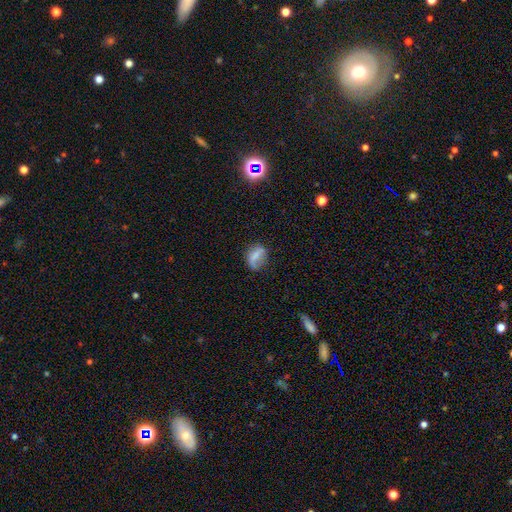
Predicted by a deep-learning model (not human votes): smooth_or_featured: smooth (p=0.62) [alt: featured or disk p=0.27]
how_rounded: in between (p=0.65) [alt: round p=0.29]
merging: none (p=0.54) [alt: minor disturbance p=0.28]